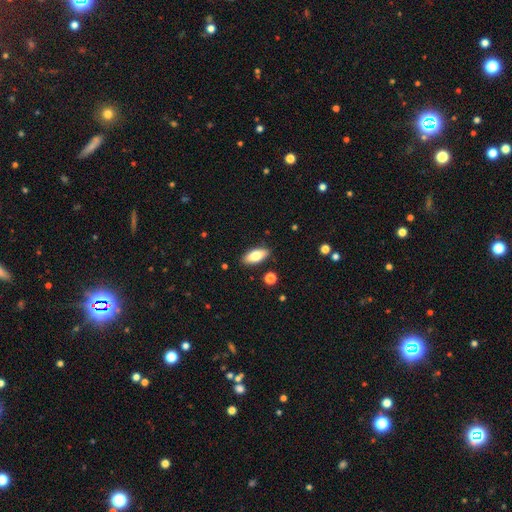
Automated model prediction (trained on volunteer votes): The model was most divided on "smooth or featured": smooth: 75%, featured or disk: 18%, star or artifact: 7%. More confident: merging — none (87%); how rounded — in between (83%).